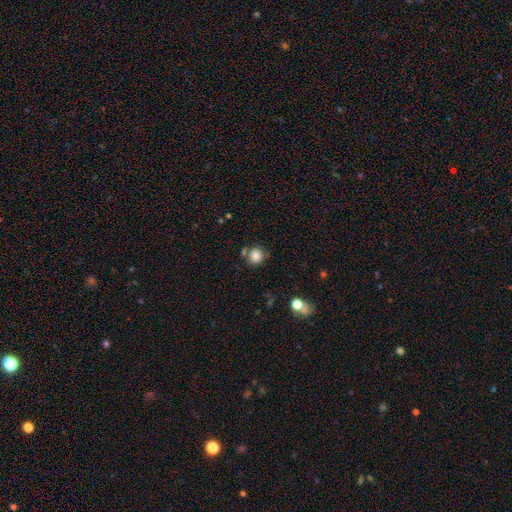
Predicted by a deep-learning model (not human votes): This appears to be a smooth galaxy with no disk features (81%) that is round (86%). Merging: none (70%).